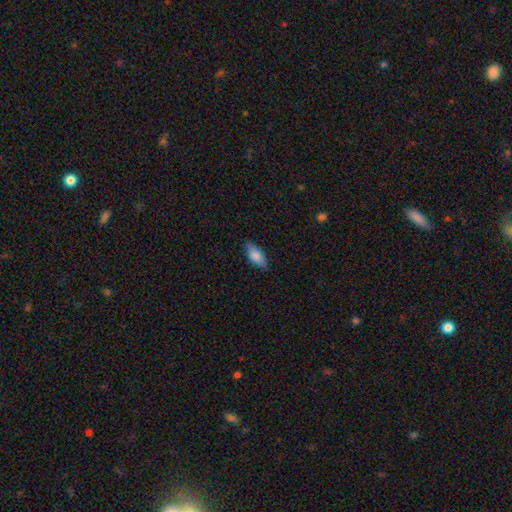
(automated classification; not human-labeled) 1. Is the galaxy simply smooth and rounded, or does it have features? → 80% smooth, 14% featured or disk, 6% star or artifact.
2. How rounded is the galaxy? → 78% in between, 20% cigar-shaped, 2% round.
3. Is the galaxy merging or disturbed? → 82% none, 14% minor disturbance, 3% major disturbance, 1% merger.